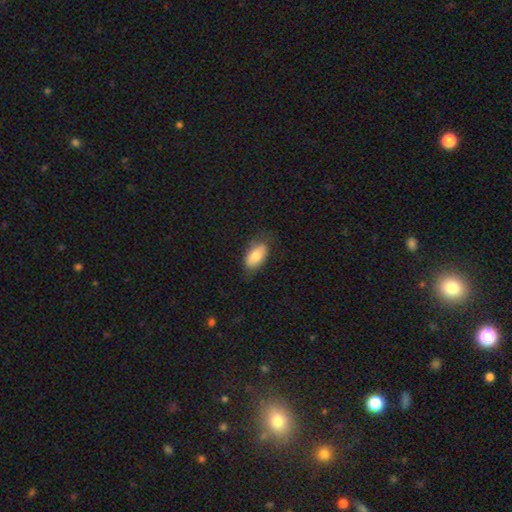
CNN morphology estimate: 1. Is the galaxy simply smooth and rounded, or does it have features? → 78% smooth, 15% featured or disk, 7% star or artifact.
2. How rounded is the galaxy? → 92% in between, 4% round, 4% cigar-shaped.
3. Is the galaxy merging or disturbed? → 75% none, 19% minor disturbance, 5% major disturbance, 1% merger.